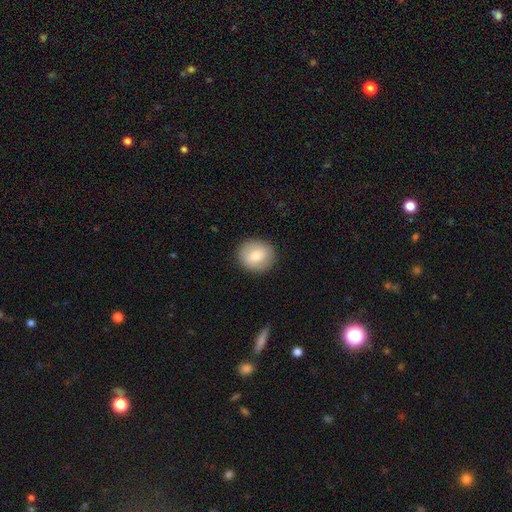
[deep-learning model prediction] Smooth or featured? Predicted: smooth (p=0.75). How rounded? Predicted: round (p=0.80). Merging? Predicted: none (p=0.89).